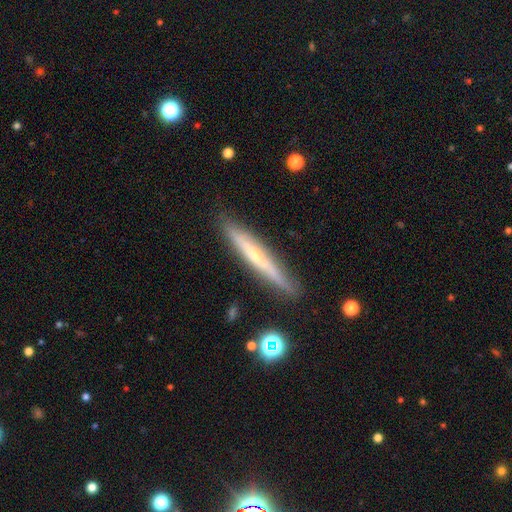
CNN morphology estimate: smooth-or-featured: featured or disk: 58% | smooth: 35% | star or artifact: 7%
  disk-edge-on: yes: 94% | no: 6%
    edge-on-bulge: rounded: 55% | none: 41% | boxy: 5%
  merging: none: 87% | minor disturbance: 10% | major disturbance: 2% | merger: 2%